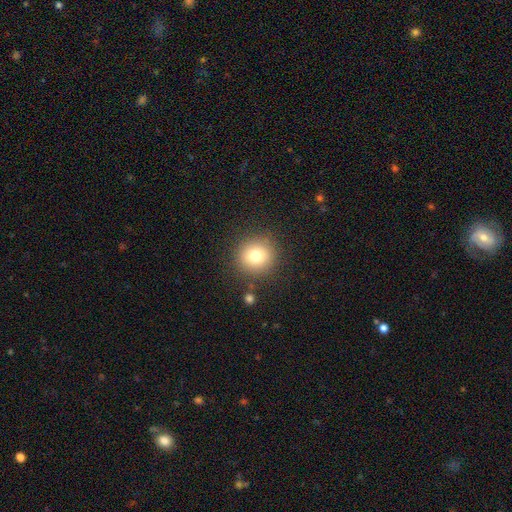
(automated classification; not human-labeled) Smooth or featured?
  - smooth: 77% *
  - star or artifact: 13%
  - featured or disk: 10%
How rounded?
  - round: 92% *
  - in between: 7%
  - cigar-shaped: 1%
Merging?
  - none: 87% *
  - minor disturbance: 8%
  - major disturbance: 3%
  - merger: 2%